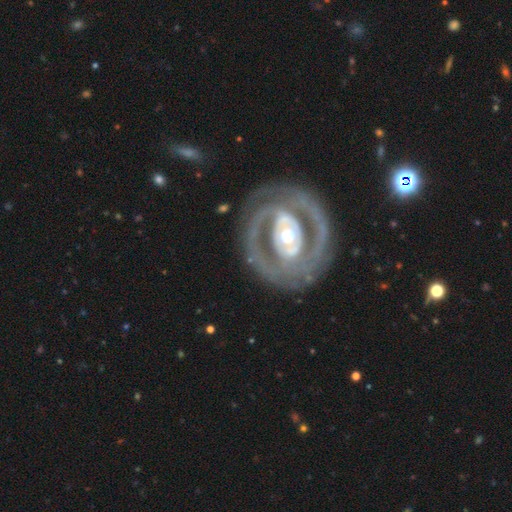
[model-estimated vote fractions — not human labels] smooth_or_featured: featured or disk (p=0.84) [alt: smooth p=0.11]
disk_edge_on: no (p=0.96) [alt: yes p=0.04]
bar: no (p=0.51) [alt: strong p=0.25]
has_spiral_arms: yes (p=0.69) [alt: no p=0.31]
spiral_winding: tight (p=0.62) [alt: medium p=0.28]
spiral_arm_count: 2 (p=0.58) [alt: can't tell p=0.20]
bulge_size: moderate (p=0.48) [alt: small p=0.40]
merging: none (p=0.75) [alt: minor disturbance p=0.14]